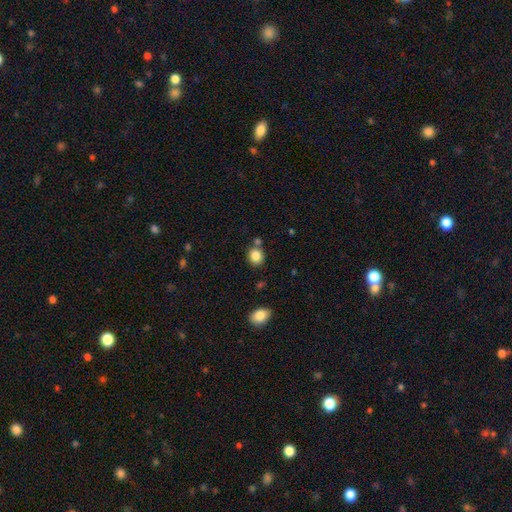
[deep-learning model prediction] A smooth galaxy with no disk features (85%) that is round (73%).

Vote fractions:
- Smooth or featured? smooth: 85% / star or artifact: 10% / featured or disk: 5%
- How rounded? round: 73% / in between: 26% / cigar-shaped: 1%
- Merging? none: 74% / merger: 12% / minor disturbance: 11% / major disturbance: 3%